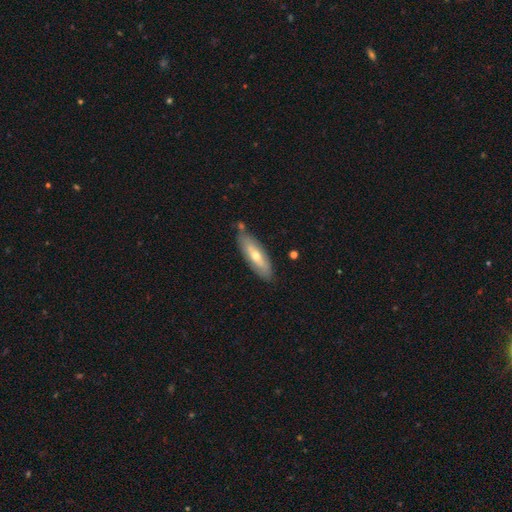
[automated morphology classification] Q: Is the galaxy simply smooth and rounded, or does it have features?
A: smooth — 52%.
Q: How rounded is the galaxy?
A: in between — 49%, tied with cigar-shaped.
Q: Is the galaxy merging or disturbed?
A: none — 77%.